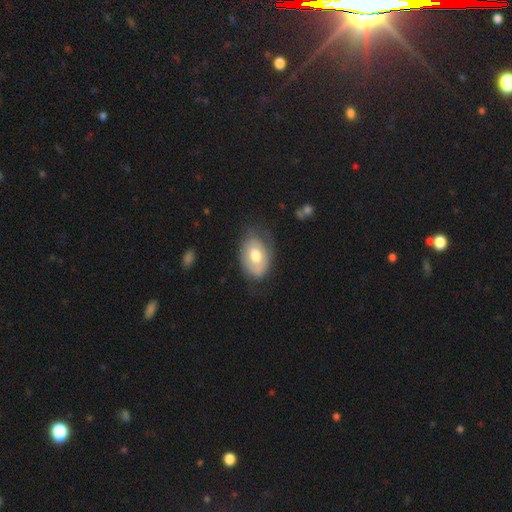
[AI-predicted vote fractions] The model was most divided on "smooth or featured": smooth: 56%, featured or disk: 38%, star or artifact: 6%. More confident: how rounded — in between (85%); merging — none (62%).